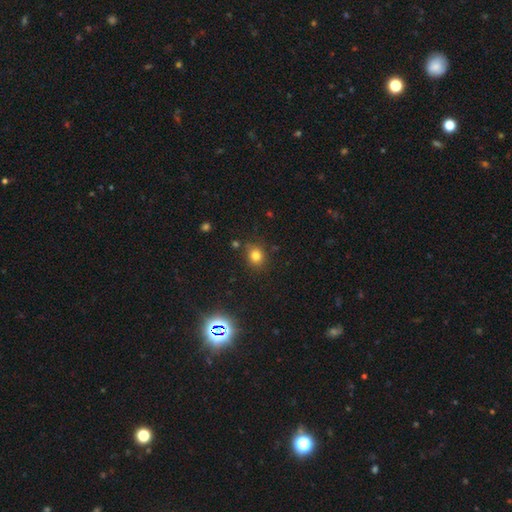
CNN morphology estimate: Smooth or featured: smooth — 78% (star or artifact — 16%)
How rounded: round — 75% (in between — 24%)
Merging: none — 80% (minor disturbance — 12%)